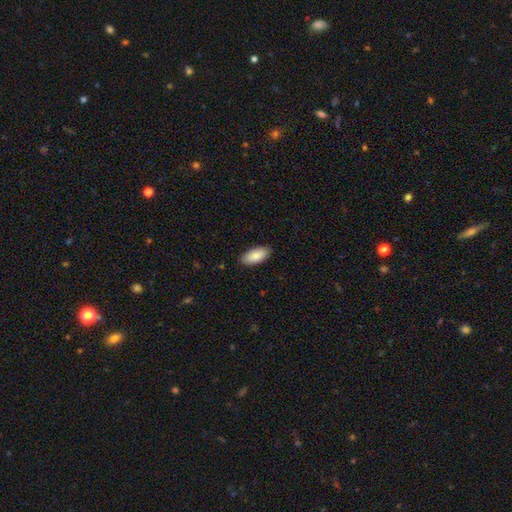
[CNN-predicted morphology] The model was most divided on "merging": none: 88%, minor disturbance: 10%, major disturbance: 2%, merger: 1%. More confident: how rounded — in between (90%); smooth or featured — smooth (88%).